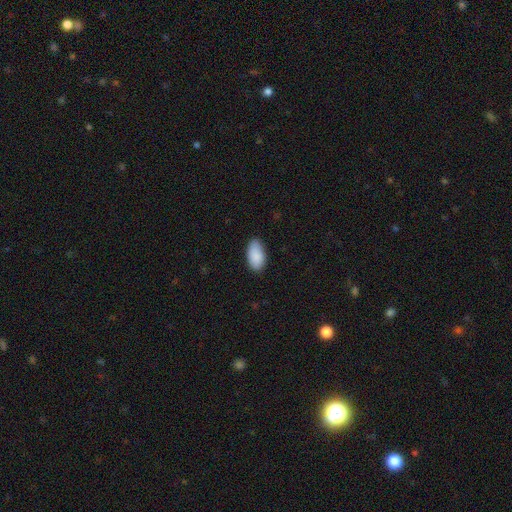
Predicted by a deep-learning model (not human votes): smooth_or_featured: smooth (p=0.90) [alt: star or artifact p=0.06]
how_rounded: in between (p=0.95) [alt: cigar-shaped p=0.03]
merging: none (p=0.84) [alt: minor disturbance p=0.13]